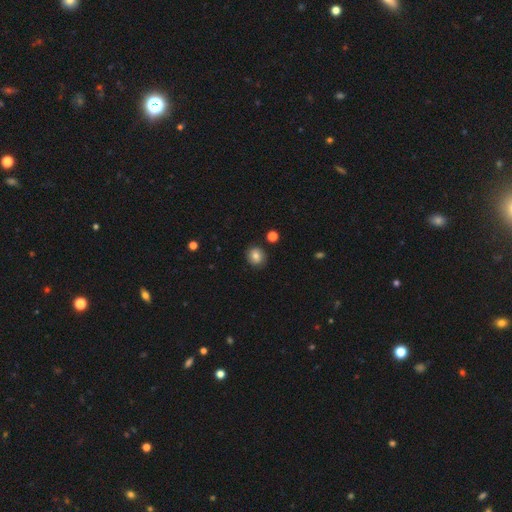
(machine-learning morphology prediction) Smooth or featured: smooth — 80% (star or artifact — 11%)
How rounded: round — 83% (in between — 16%)
Merging: none — 88% (minor disturbance — 8%)